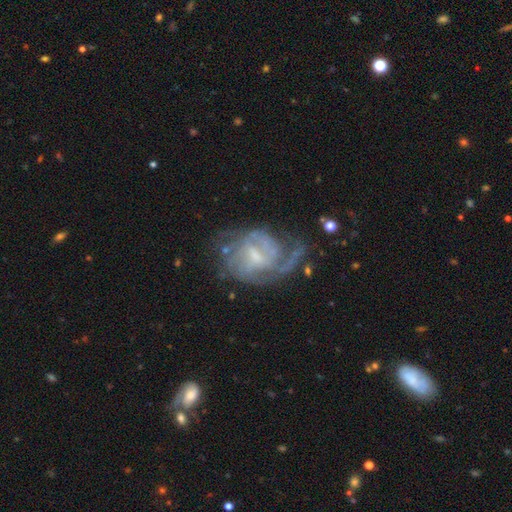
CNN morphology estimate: type=featured or disk (80%); edge-on=no (97%); bar=weak (56%); spiral arms=yes (86%); winding=tight (44%); arm count=can't tell (39%); bulge=small (45%); merging=none (46%).